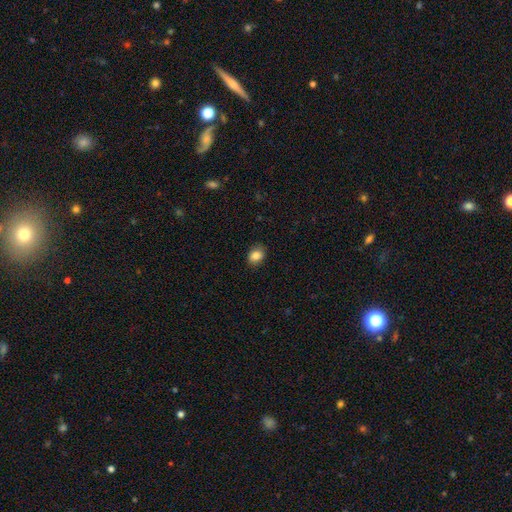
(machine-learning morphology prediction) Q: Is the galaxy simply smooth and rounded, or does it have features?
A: smooth — 86%.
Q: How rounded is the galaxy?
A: in between — 57%.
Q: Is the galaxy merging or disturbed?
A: none — 85%.